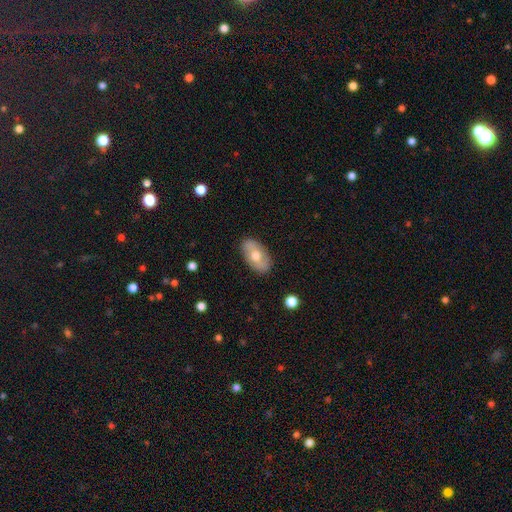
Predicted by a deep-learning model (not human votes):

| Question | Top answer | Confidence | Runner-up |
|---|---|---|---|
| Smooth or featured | smooth | 56% | featured or disk (38%) |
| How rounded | in between | 92% | round (6%) |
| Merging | none | 85% | minor disturbance (11%) |